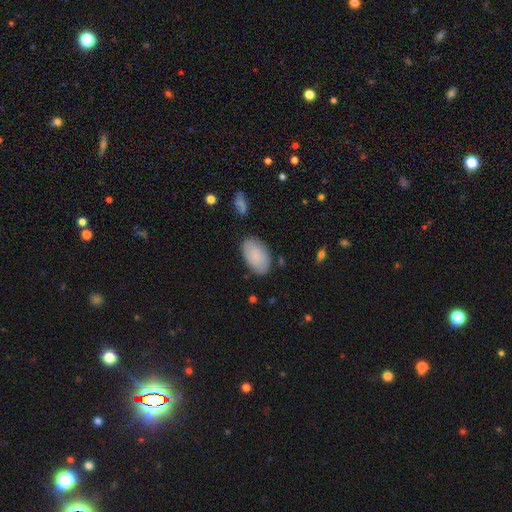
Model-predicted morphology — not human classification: This appears to be a smooth galaxy with no disk features (71%) that is in between round and cigar-shaped (93%). Merging: none (79%).